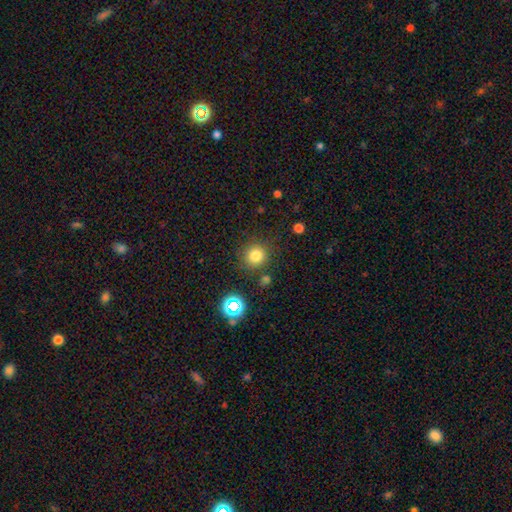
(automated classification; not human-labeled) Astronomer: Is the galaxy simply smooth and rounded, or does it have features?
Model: smooth — 78%.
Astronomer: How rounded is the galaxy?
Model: round — 92%.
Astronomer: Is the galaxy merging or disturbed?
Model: none — 82%.